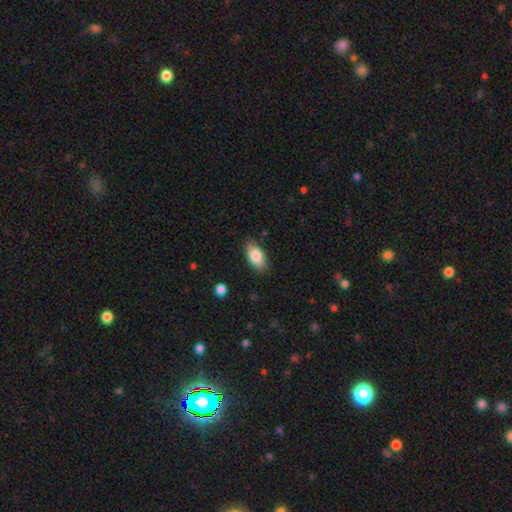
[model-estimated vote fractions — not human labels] This is clearly a smooth galaxy (83%). How rounded: clearly in between (92%). Merging: clearly none (85%).